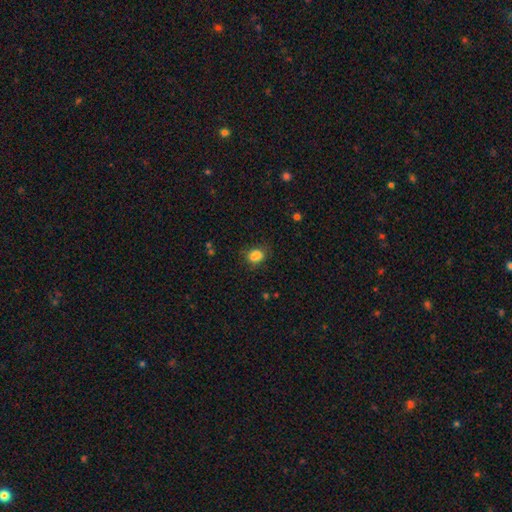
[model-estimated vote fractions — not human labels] Morphology: type=smooth (83%); roundness=in between (57%); merging=none (68%).